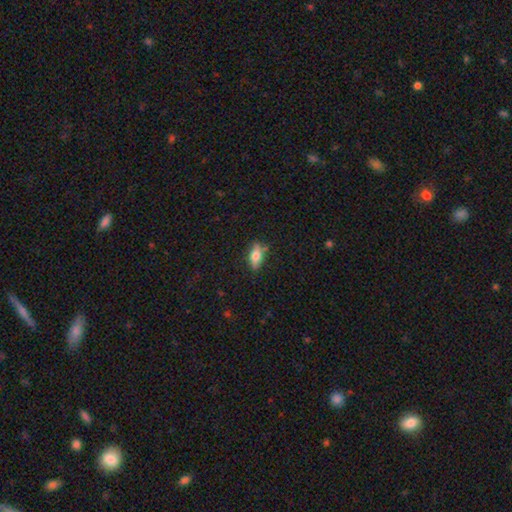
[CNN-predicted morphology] Smooth or featured?
  - smooth: 67% *
  - featured or disk: 25%
  - star or artifact: 8%
How rounded?
  - in between: 77% *
  - cigar-shaped: 19%
  - round: 4%
Merging?
  - none: 78% *
  - minor disturbance: 16%
  - major disturbance: 3%
  - merger: 3%